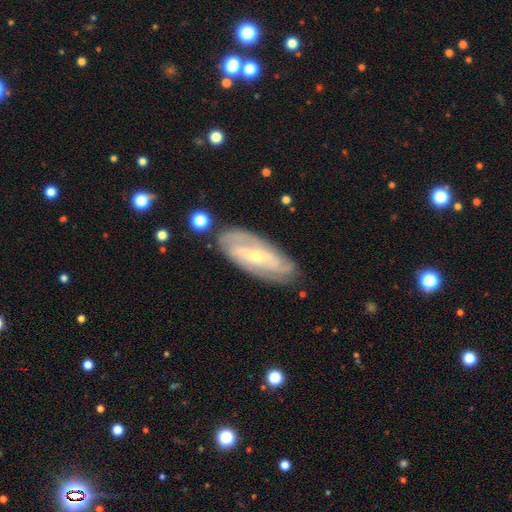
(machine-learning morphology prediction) Smooth or featured?
  - featured or disk: 82% *
  - smooth: 12%
  - star or artifact: 6%
Edge-on disk?
  - no: 90% *
  - yes: 10%
Bar?
  - strong: 39% *
  - weak: 37%
  - no: 24%
Spiral arms?
  - yes: 93% *
  - no: 7%
Spiral winding?
  - tight: 56% *
  - medium: 33%
  - loose: 11%
Spiral arm count?
  - 2: 43% *
  - can't tell: 27%
  - 3: 16%
  - 4: 7%
  - 1: 3%
  - more than 4: 3%
Bulge size?
  - small: 63% *
  - moderate: 33%
  - large: 2%
  - none: 2%
  - dominant: 1%
Merging?
  - none: 80% *
  - minor disturbance: 14%
  - major disturbance: 4%
  - merger: 2%